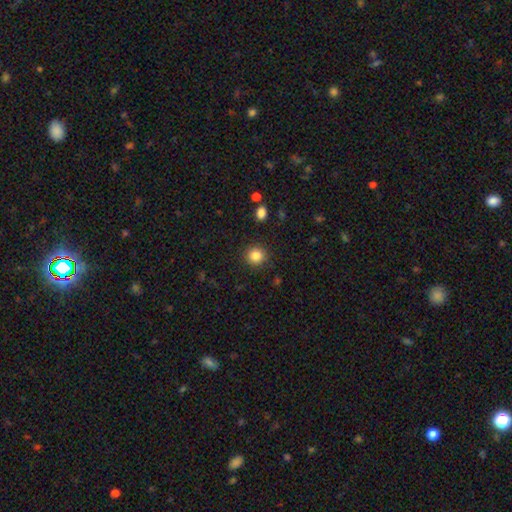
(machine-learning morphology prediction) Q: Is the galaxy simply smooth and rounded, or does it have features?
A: smooth — 84%.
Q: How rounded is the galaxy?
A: round — 90%.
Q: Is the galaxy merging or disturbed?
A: none — 90%.